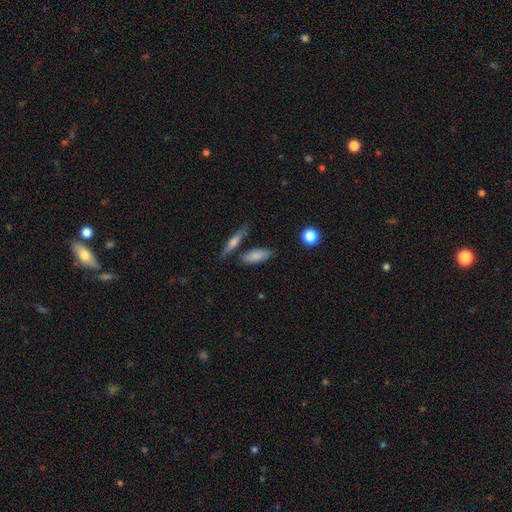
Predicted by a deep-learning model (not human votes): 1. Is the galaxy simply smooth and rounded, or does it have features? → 77% smooth, 16% featured or disk, 7% star or artifact.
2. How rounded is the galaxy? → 70% in between, 26% cigar-shaped, 4% round.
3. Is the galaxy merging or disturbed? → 71% none, 16% minor disturbance, 10% merger, 4% major disturbance.